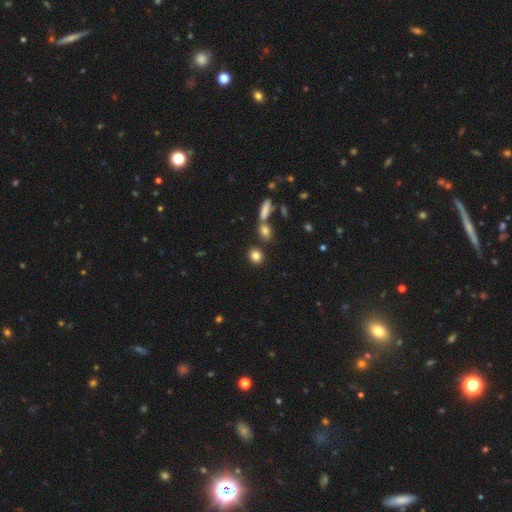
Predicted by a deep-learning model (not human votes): Smooth or featured: smooth — 83% (star or artifact — 11%)
How rounded: round — 72% (in between — 26%)
Merging: none — 77% (merger — 11%)